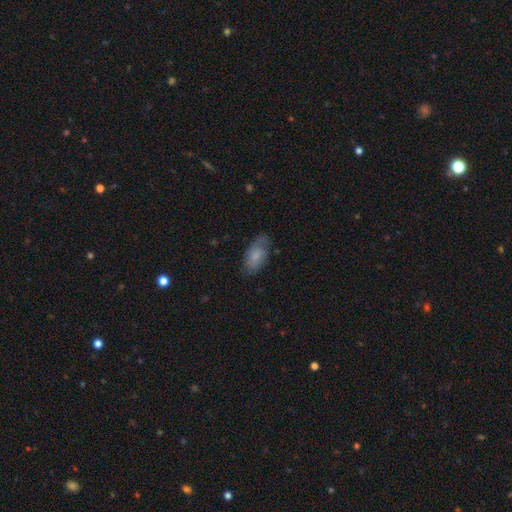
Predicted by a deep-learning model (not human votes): smooth-or-featured: smooth: 70% | featured or disk: 23% | star or artifact: 7%
  how-rounded: in between: 92% | cigar-shaped: 4% | round: 3%
  merging: none: 66% | minor disturbance: 25% | major disturbance: 8% | merger: 2%